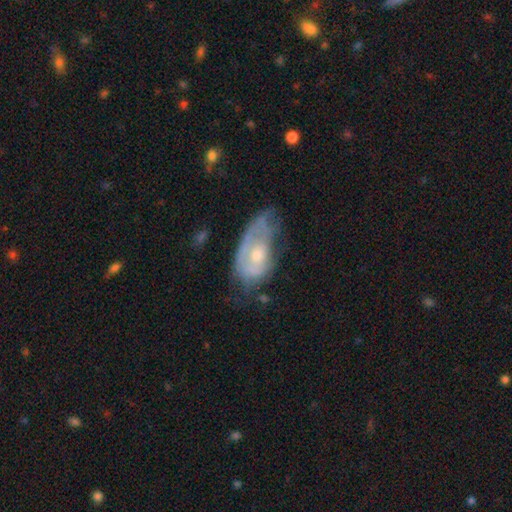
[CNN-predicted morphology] smooth_or_featured: featured or disk (p=0.58) [alt: smooth p=0.35]
disk_edge_on: no (p=0.93) [alt: yes p=0.07]
bar: no (p=0.79) [alt: weak p=0.18]
has_spiral_arms: no (p=0.51) [alt: yes p=0.49]
bulge_size: moderate (p=0.50) [alt: small p=0.42]
merging: major disturbance (p=0.35) [alt: minor disturbance p=0.33]